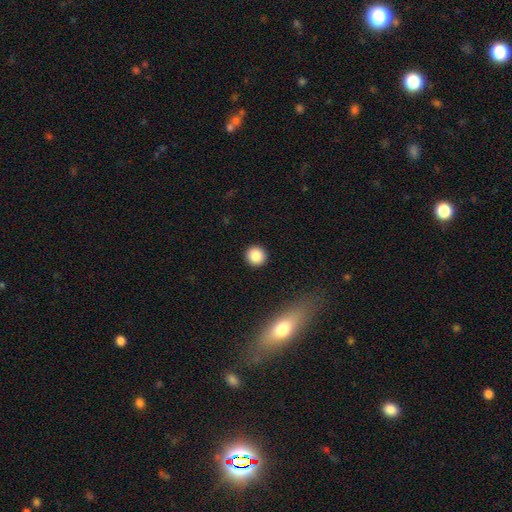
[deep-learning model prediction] Q: Smooth or featured?
A: smooth (85%); runner-up: star or artifact (10%)
Q: How rounded?
A: round (94%); runner-up: in between (5%)
Q: Merging?
A: none (93%); runner-up: minor disturbance (5%)